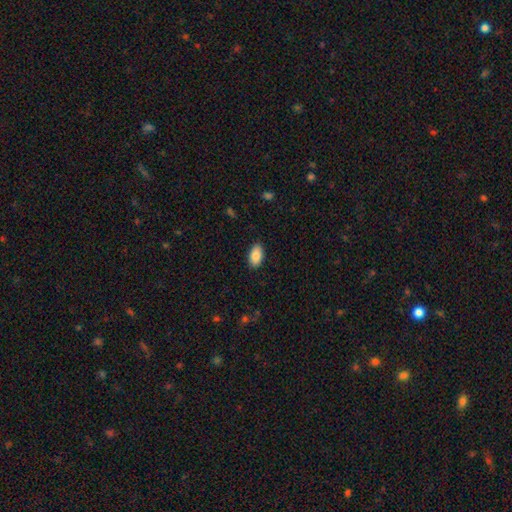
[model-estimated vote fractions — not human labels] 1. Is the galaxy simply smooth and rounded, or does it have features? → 87% smooth, 7% star or artifact, 6% featured or disk.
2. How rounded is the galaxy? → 94% in between, 4% round, 2% cigar-shaped.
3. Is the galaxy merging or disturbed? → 88% none, 9% minor disturbance, 2% major disturbance, 1% merger.